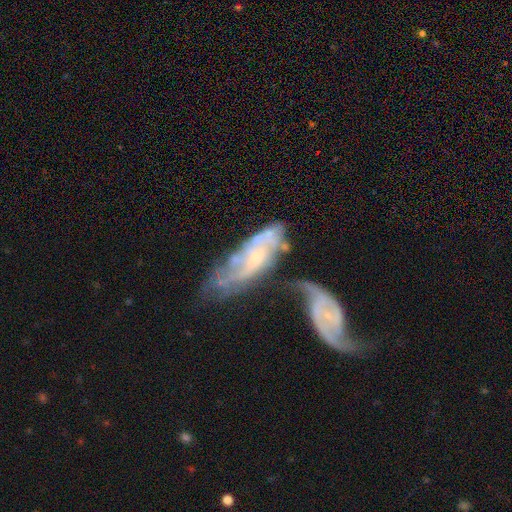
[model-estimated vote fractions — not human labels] featured or disk 73%, smooth 20%, star or artifact 7%. Down the decision tree: edge-on disk — no (87%); bar — no (65%); spiral arms — yes (76%); bulge size — small (63%); merging — merger (47%).